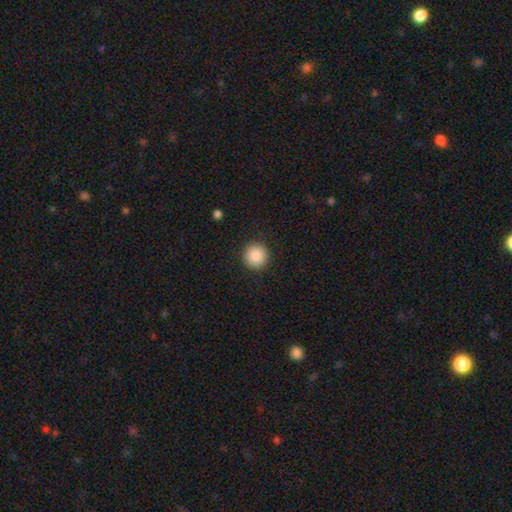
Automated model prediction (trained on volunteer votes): smooth_or_featured: smooth (p=0.88) [alt: star or artifact p=0.08]
how_rounded: round (p=0.95) [alt: in between p=0.04]
merging: none (p=0.92) [alt: minor disturbance p=0.05]